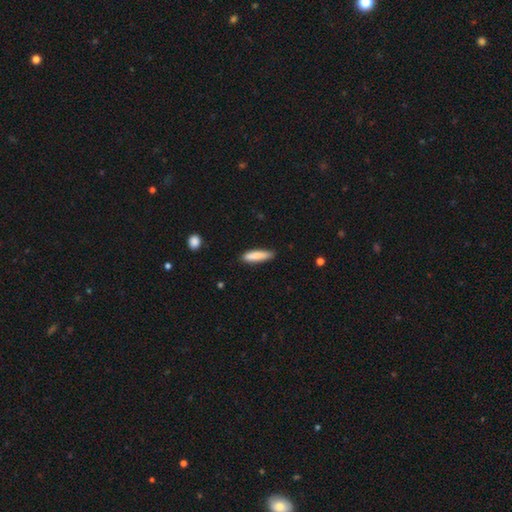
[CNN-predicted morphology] A smooth galaxy with no disk features (85%) that is cigar-shaped (73%). Merging: none (80%).